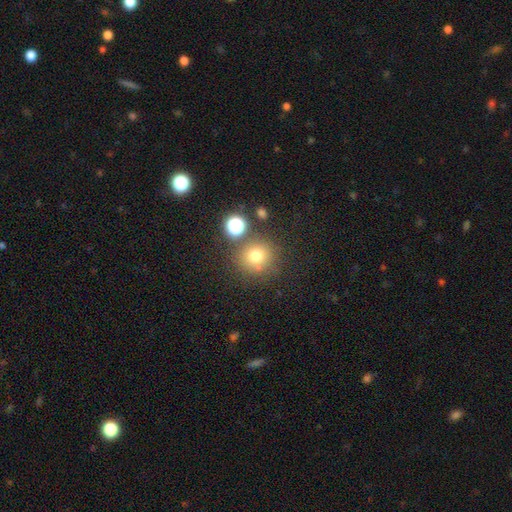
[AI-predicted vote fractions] Q: Smooth or featured?
A: smooth (74%); runner-up: star or artifact (16%)
Q: How rounded?
A: round (90%); runner-up: in between (9%)
Q: Merging?
A: none (74%); runner-up: minor disturbance (11%)